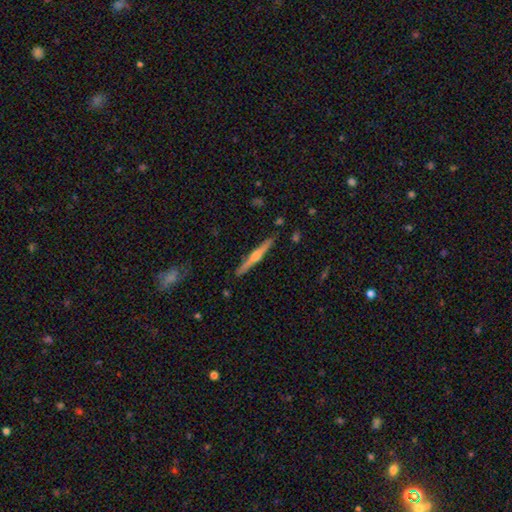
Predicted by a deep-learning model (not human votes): Q: Smooth or featured?
A: featured or disk (71%); runner-up: smooth (23%)
Q: Edge-on disk?
A: yes (98%); runner-up: no (2%)
Q: Edge-on bulge?
A: rounded (87%); runner-up: none (7%)
Q: Merging?
A: none (90%); runner-up: minor disturbance (7%)